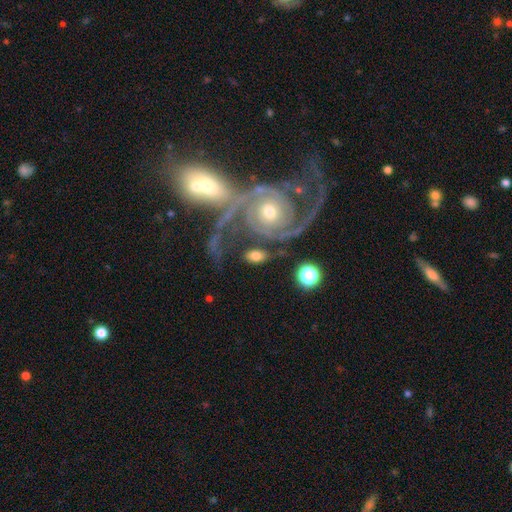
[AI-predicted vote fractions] Morphology: type=featured or disk (47%); merging=none (57%).